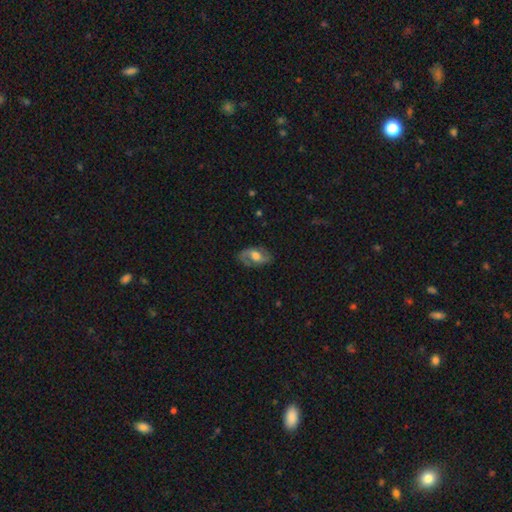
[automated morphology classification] The model was most divided on "bar": no: 46%, weak: 43%, strong: 12%. Remaining: edge-on disk — no (95%); spiral arms — yes (88%); spiral arm count — 2 (85%); merging — none (75%); smooth or featured — featured or disk (71%); bulge size — moderate (50%); spiral winding — medium (48%).